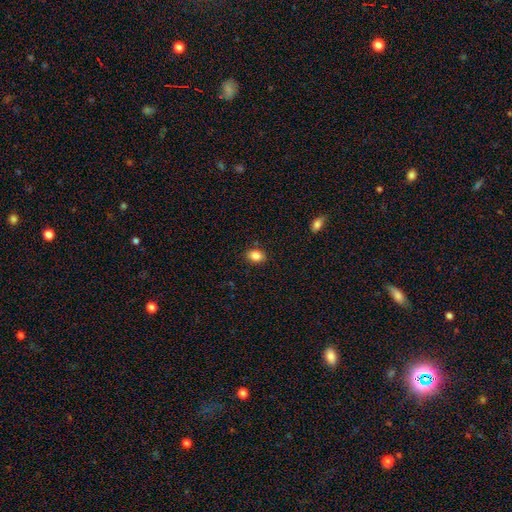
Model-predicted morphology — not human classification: The model was most divided on "how rounded": in between: 72%, round: 27%, cigar-shaped: 1%. More confident: merging — none (87%); smooth or featured — smooth (85%).